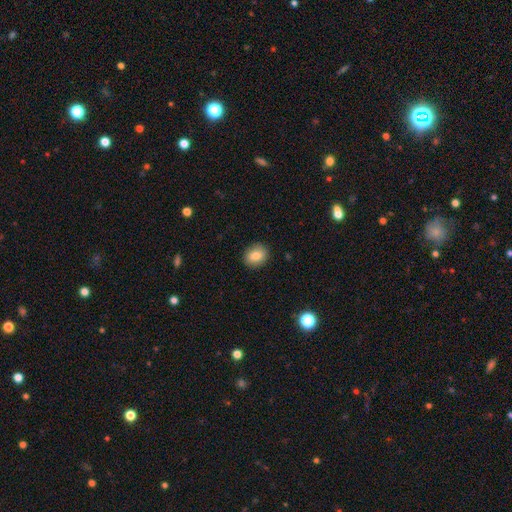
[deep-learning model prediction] Smooth or featured: smooth — 84% (star or artifact — 9%)
How rounded: round — 58% (in between — 41%)
Merging: none — 90% (minor disturbance — 7%)